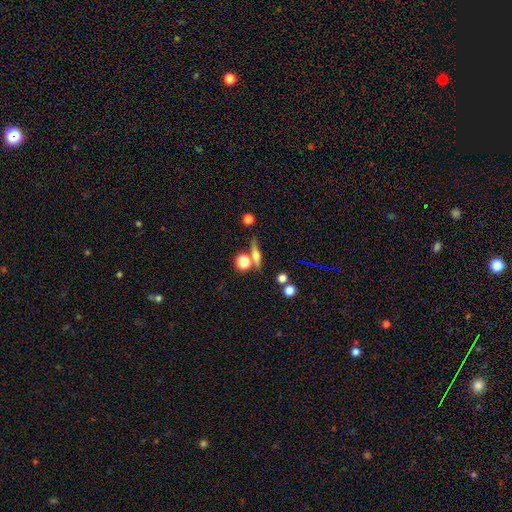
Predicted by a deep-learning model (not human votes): smooth_or_featured: featured or disk (p=0.45) [alt: smooth p=0.42]
merging: none (p=0.66) [alt: merger p=0.17]